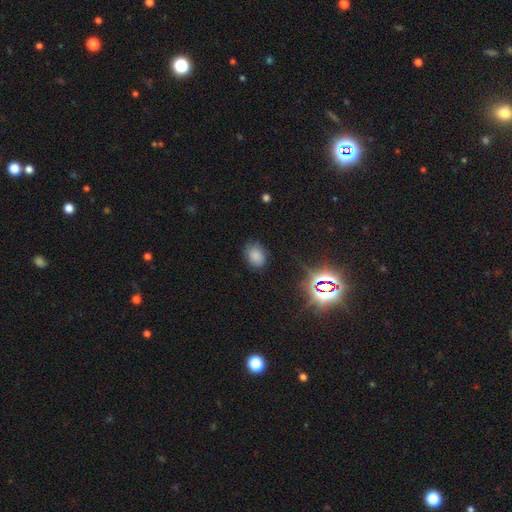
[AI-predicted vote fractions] smooth-or-featured: smooth: 78% | star or artifact: 16% | featured or disk: 6%
  how-rounded: in between: 72% | round: 26% | cigar-shaped: 1%
  merging: none: 81% | minor disturbance: 14% | major disturbance: 4% | merger: 1%